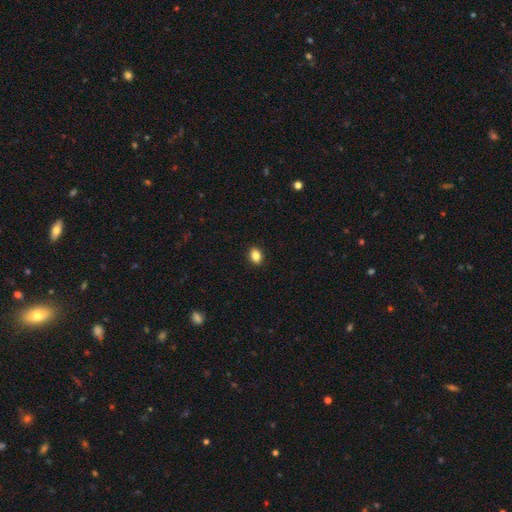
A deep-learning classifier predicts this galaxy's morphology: The model was most divided on "how rounded": in between: 73%, round: 26%, cigar-shaped: 1%. More confident: merging — none (91%); smooth or featured — smooth (87%).